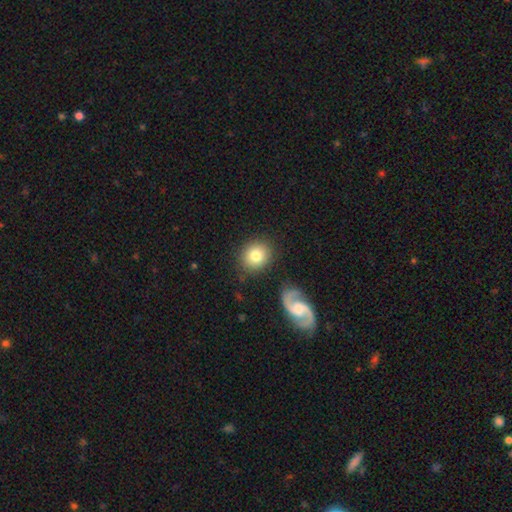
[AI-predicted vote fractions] smooth_or_featured: smooth (p=0.78) [alt: featured or disk p=0.14]
how_rounded: round (p=0.82) [alt: in between p=0.17]
merging: none (p=0.84) [alt: minor disturbance p=0.09]